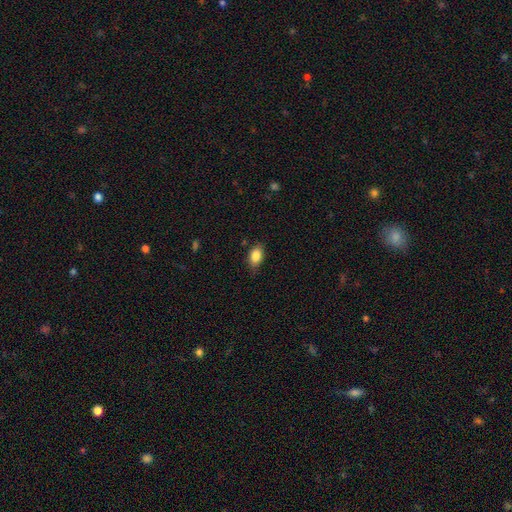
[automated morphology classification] smooth-or-featured: smooth: 85% | star or artifact: 8% | featured or disk: 7%
  how-rounded: in between: 86% | round: 12% | cigar-shaped: 2%
  merging: none: 76% | minor disturbance: 20% | major disturbance: 4% | merger: 1%